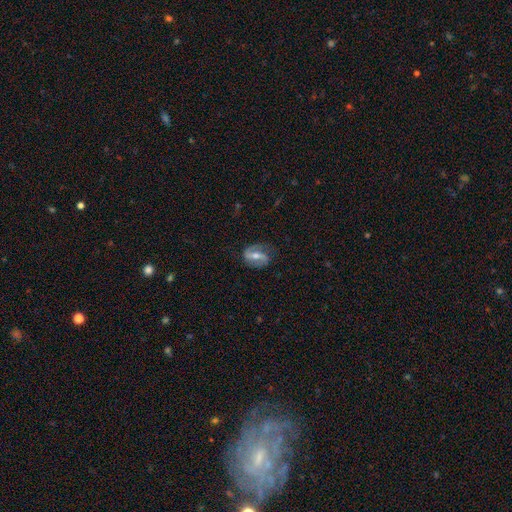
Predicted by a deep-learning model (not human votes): A featured or disk galaxy (75%) with a strong bar (51%), 2 (87%) loose (41%) spiral arms (88%) and a moderate central bulge (62%). Merging: none (76%).